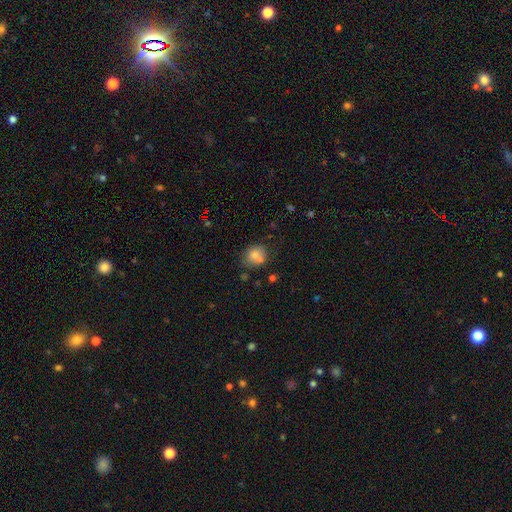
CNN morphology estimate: Smooth or featured: smooth — 78% (featured or disk — 12%)
How rounded: round — 76% (in between — 23%)
Merging: none — 59% (minor disturbance — 21%)